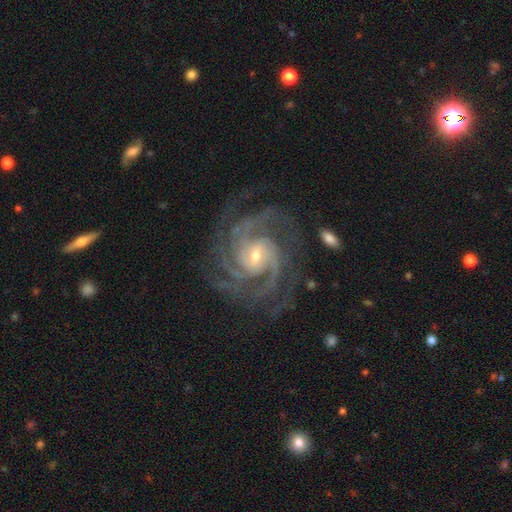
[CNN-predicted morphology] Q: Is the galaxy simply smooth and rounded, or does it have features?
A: featured or disk — 93%.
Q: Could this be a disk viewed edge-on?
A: no — 98%.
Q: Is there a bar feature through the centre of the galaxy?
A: weak — 43%.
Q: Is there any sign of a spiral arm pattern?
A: yes — 99%.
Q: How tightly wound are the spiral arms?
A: tight — 60%.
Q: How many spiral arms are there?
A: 4 — 32%.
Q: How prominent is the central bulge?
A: small — 55%.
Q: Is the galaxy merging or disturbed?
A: none — 75%.